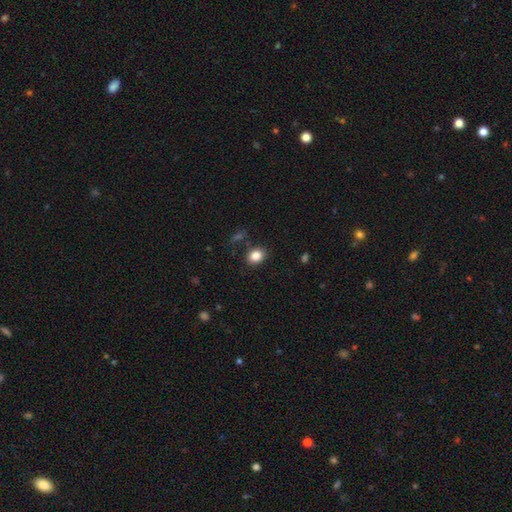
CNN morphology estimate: Smooth or featured: smooth — 85% (star or artifact — 10%)
How rounded: in between — 54% (round — 45%)
Merging: none — 81% (minor disturbance — 12%)